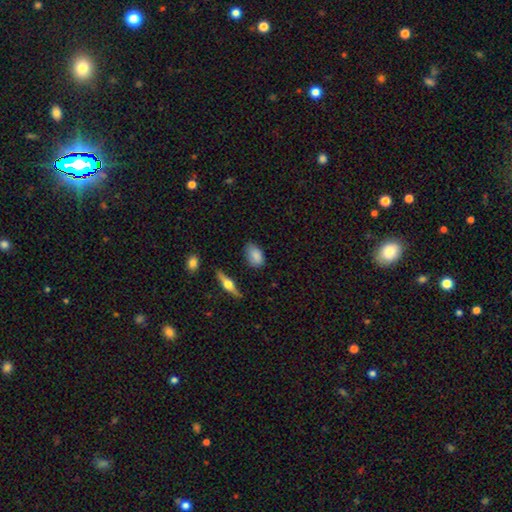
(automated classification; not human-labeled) The model was most divided on "merging": none: 73%, minor disturbance: 21%, major disturbance: 4%, merger: 2%. More confident: how rounded — in between (88%); smooth or featured — smooth (82%).